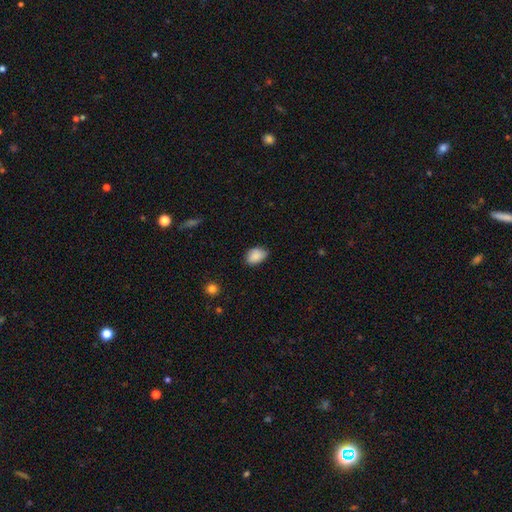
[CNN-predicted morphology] Smooth or featured? Predicted: smooth (p=0.88). How rounded? Predicted: in between (p=0.83). Merging? Predicted: none (p=0.75).